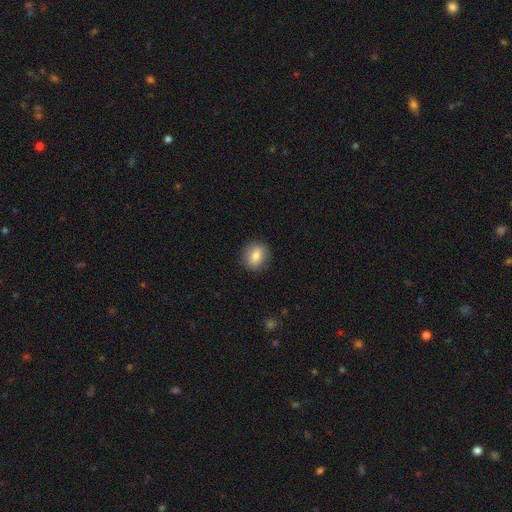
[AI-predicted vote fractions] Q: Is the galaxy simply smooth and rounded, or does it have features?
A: smooth — 80%.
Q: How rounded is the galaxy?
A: round — 71%.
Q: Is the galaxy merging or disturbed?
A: none — 88%.